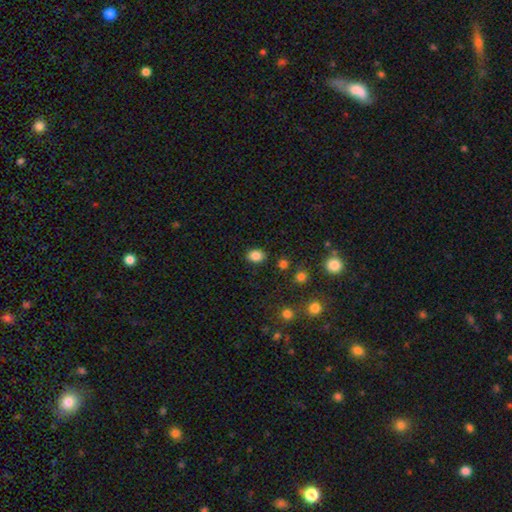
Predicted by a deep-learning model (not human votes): smooth 84%, star or artifact 11%, featured or disk 5%. Down the decision tree: how rounded — in between (64%); merging — none (86%).